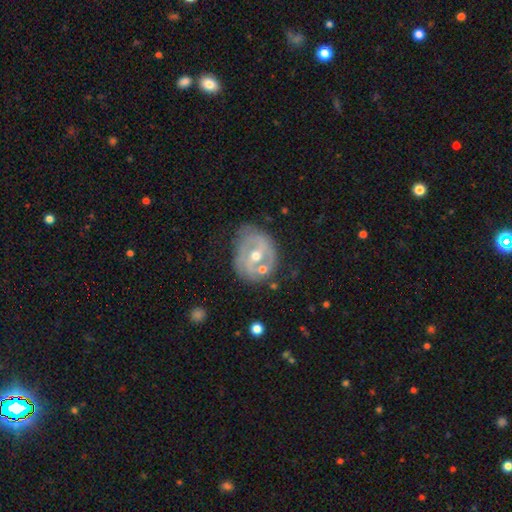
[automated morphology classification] Smooth or featured? Predicted: featured or disk (p=0.76). Edge-on disk? Predicted: no (p=0.96). Bar? Predicted: weak (p=0.43). Spiral arms? Predicted: yes (p=0.67). Bulge size? Predicted: moderate (p=0.69). Merging? Predicted: none (p=0.56).